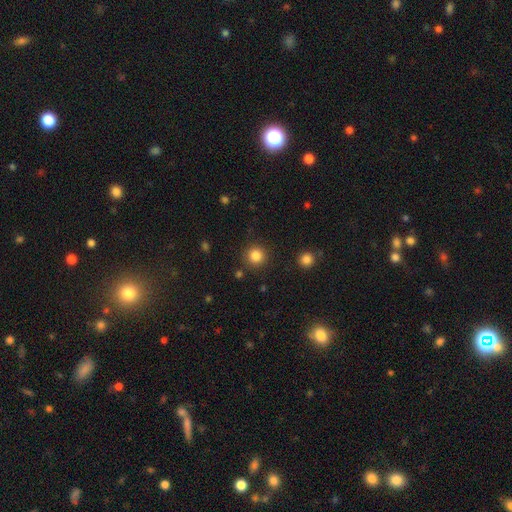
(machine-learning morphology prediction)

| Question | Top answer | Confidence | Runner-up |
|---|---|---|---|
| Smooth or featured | smooth | 84% | star or artifact (11%) |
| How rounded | round | 94% | in between (5%) |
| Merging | none | 89% | minor disturbance (6%) |